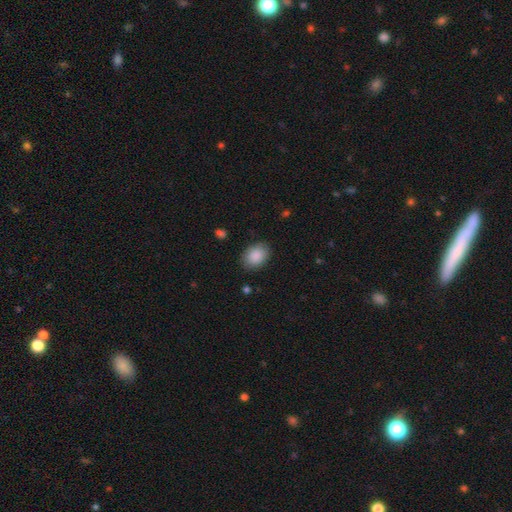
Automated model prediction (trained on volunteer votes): The model was most divided on "how rounded": in between: 73%, round: 26%, cigar-shaped: 1%. More confident: smooth or featured — smooth (89%); merging — none (86%).